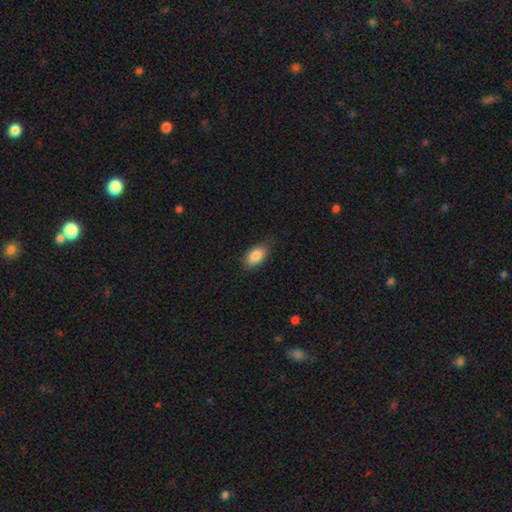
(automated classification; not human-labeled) Q: Smooth or featured?
A: smooth (87%); runner-up: star or artifact (7%)
Q: How rounded?
A: in between (92%); runner-up: round (4%)
Q: Merging?
A: none (82%); runner-up: minor disturbance (14%)